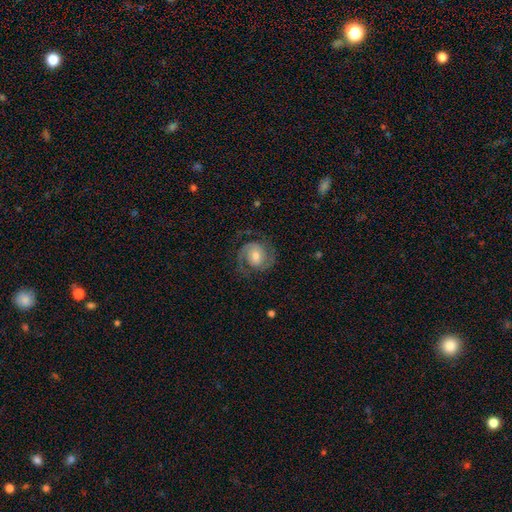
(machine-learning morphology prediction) This appears to be a featured or disk galaxy (85%) with no bar (58%), 2 (89%) medium (46%) spiral arms (96%) and a moderate central bulge (62%). Merging: none (77%).